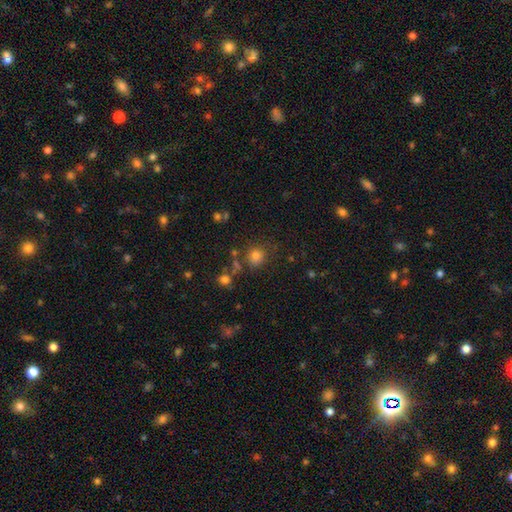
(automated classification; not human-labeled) This is likely a smooth galaxy (76%). How rounded: clearly round (87%). Merging: likely none (74%).